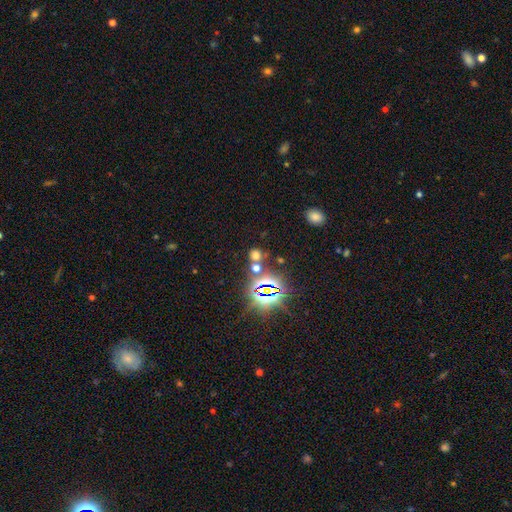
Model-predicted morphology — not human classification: Smooth or featured: smooth — 47% (star or artifact — 45%)
Merging: none — 68% (merger — 19%)